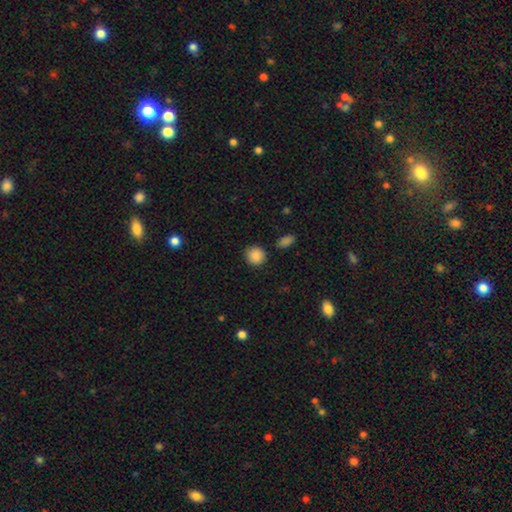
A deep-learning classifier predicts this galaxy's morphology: A smooth galaxy with no disk features (88%) that is round (88%).

Vote fractions:
- Smooth or featured? smooth: 88% / star or artifact: 8% / featured or disk: 4%
- How rounded? round: 88% / in between: 11% / cigar-shaped: 1%
- Merging? none: 86% / minor disturbance: 9% / merger: 3% / major disturbance: 2%